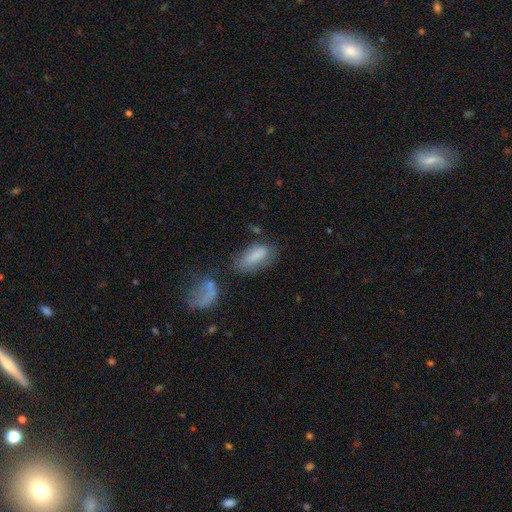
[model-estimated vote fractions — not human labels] This is likely a smooth galaxy (77%). How rounded: clearly in between (81%). Merging: possibly none (47%).